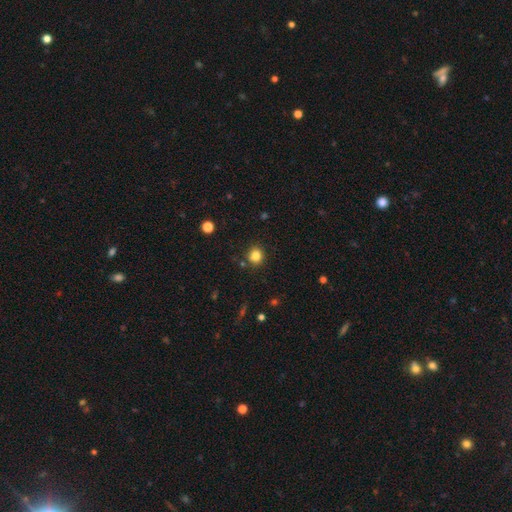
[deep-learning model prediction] This appears to be a smooth galaxy with no disk features (82%) that is round (87%). Merging: none (86%).